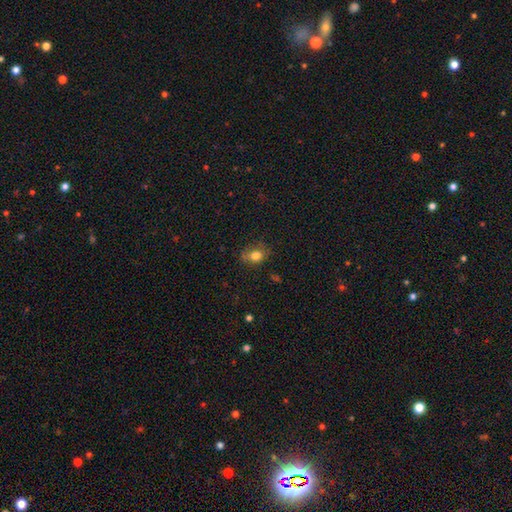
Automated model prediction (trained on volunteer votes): This appears to be a smooth galaxy with no disk features (79%) that is in between round and cigar-shaped (60%). Merging: none (70%).